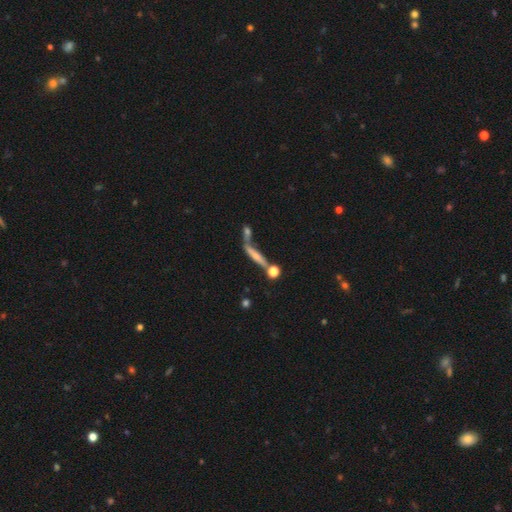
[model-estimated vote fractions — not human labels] Smooth or featured? Predicted: smooth (p=0.48). Merging? Predicted: none (p=0.42).